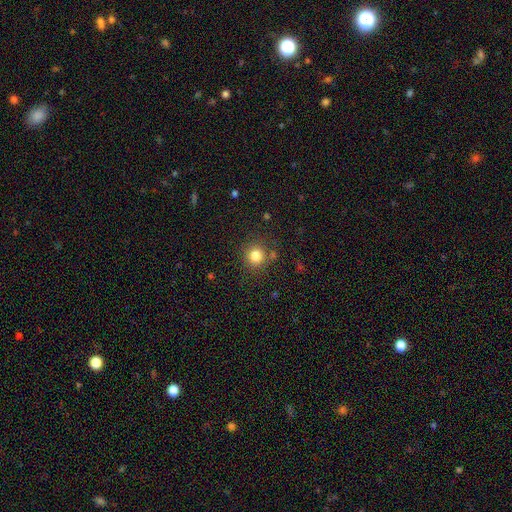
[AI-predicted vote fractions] Smooth or featured? Predicted: smooth (p=0.82). How rounded? Predicted: round (p=0.93). Merging? Predicted: none (p=0.84).